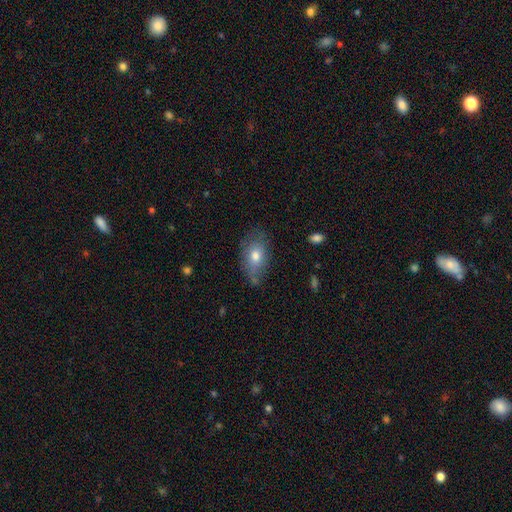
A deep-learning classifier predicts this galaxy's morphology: A smooth galaxy with no disk features (71%) that is in between round and cigar-shaped (86%).

Vote fractions:
- Smooth or featured? smooth: 71% / featured or disk: 21% / star or artifact: 8%
- How rounded? in between: 86% / round: 12% / cigar-shaped: 3%
- Merging? none: 64% / minor disturbance: 26% / major disturbance: 7% / merger: 4%